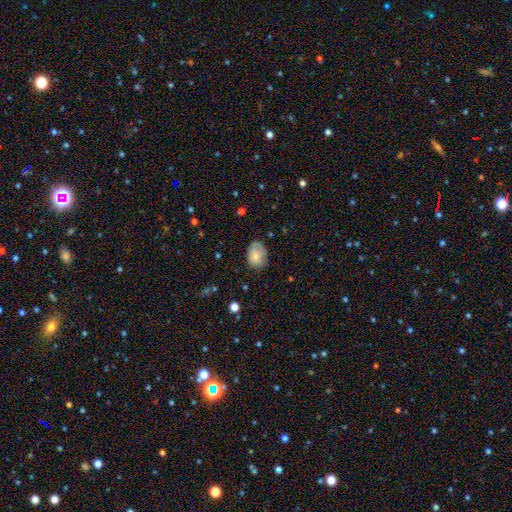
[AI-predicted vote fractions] This appears to be a smooth galaxy with no disk features (75%) that is in between round and cigar-shaped (72%). Merging: none (64%).